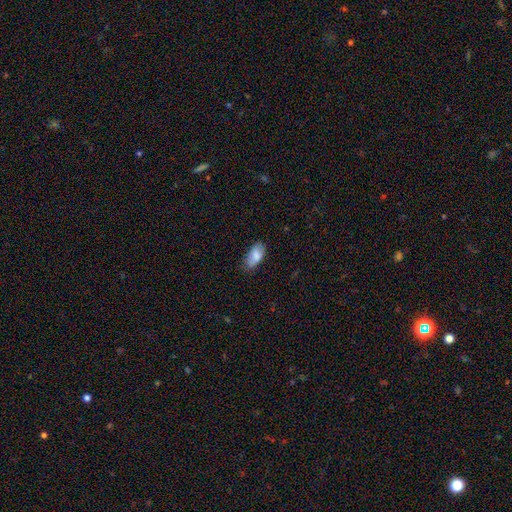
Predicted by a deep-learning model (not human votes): smooth 83%, featured or disk 10%, star or artifact 7%. Down the decision tree: how rounded — in between (92%); merging — none (72%).